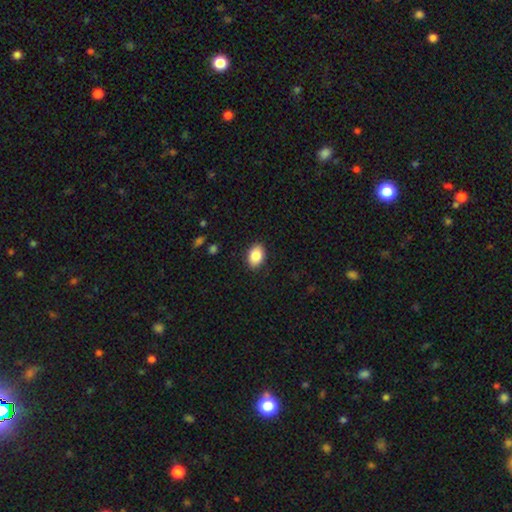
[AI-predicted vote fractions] This appears to be a smooth galaxy with no disk features (87%) that is in between round and cigar-shaped (84%). Merging: none (88%).